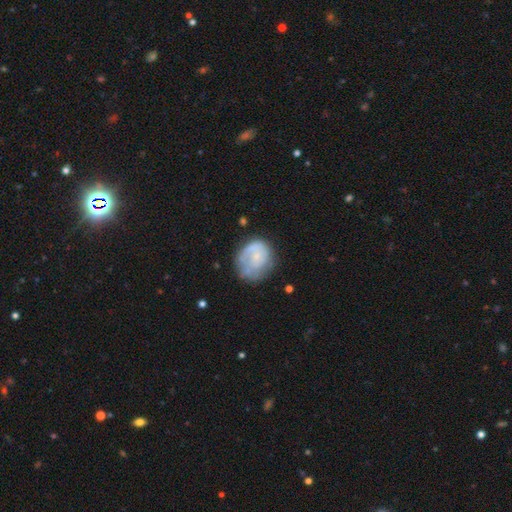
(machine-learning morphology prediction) This appears to be a featured or disk galaxy (50%). Merging: none (52%).